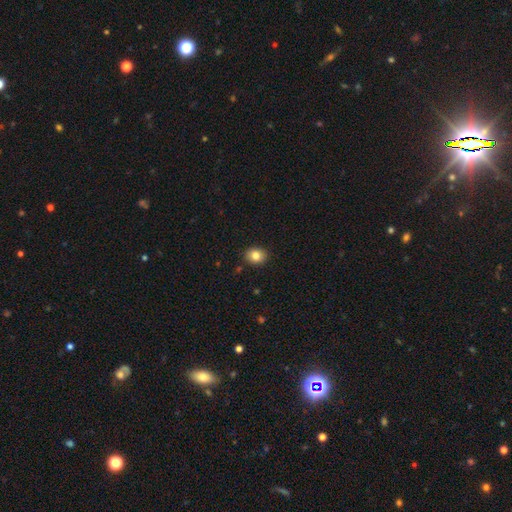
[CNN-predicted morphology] Smooth or featured?
  - smooth: 82% *
  - star or artifact: 10%
  - featured or disk: 8%
How rounded?
  - round: 57% *
  - in between: 42%
  - cigar-shaped: 1%
Merging?
  - none: 89% *
  - minor disturbance: 8%
  - major disturbance: 2%
  - merger: 1%